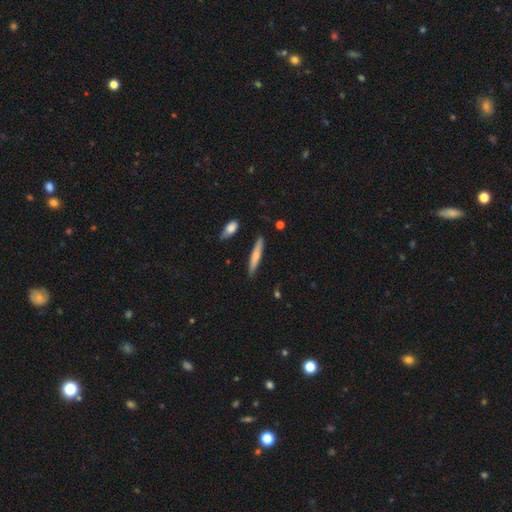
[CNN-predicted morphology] Smooth or featured? smooth (67%)
How rounded? cigar-shaped (91%)
Merging? none (86%)